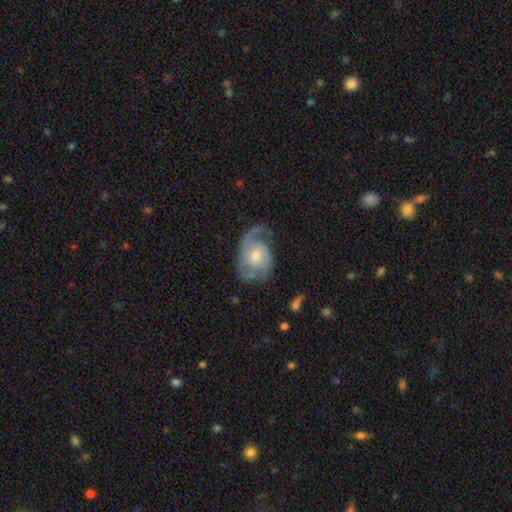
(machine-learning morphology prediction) featured or disk 82%, smooth 13%, star or artifact 5%. Down the decision tree: edge-on disk — no (97%); bar — no (62%); spiral arms — yes (94%); spiral arm count — 2 (58%); spiral winding — medium (45%); bulge size — moderate (53%); merging — none (57%).